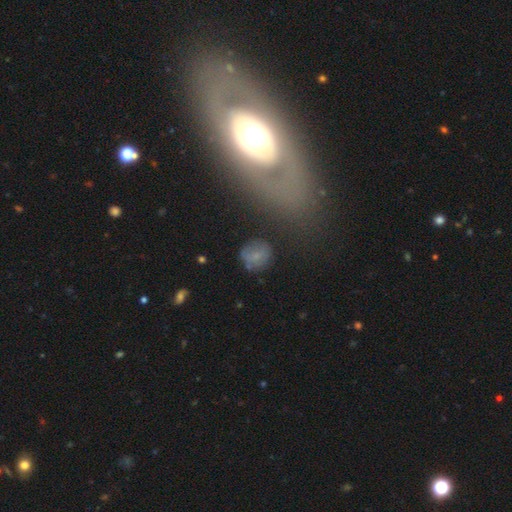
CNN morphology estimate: Smooth or featured? Predicted: smooth (p=0.67). How rounded? Predicted: round (p=0.77). Merging? Predicted: none (p=0.75).